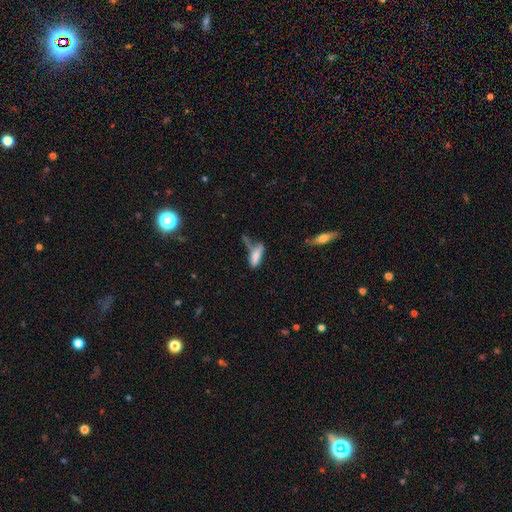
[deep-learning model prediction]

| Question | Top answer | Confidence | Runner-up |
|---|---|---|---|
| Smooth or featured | smooth | 70% | featured or disk (20%) |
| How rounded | in between | 51% | cigar-shaped (47%) |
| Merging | none | 32% | minor disturbance (23%) |